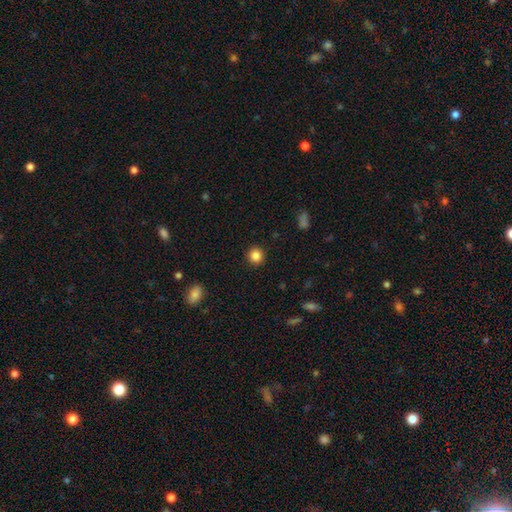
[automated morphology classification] Smooth or featured? smooth (85%)
How rounded? round (92%)
Merging? none (91%)